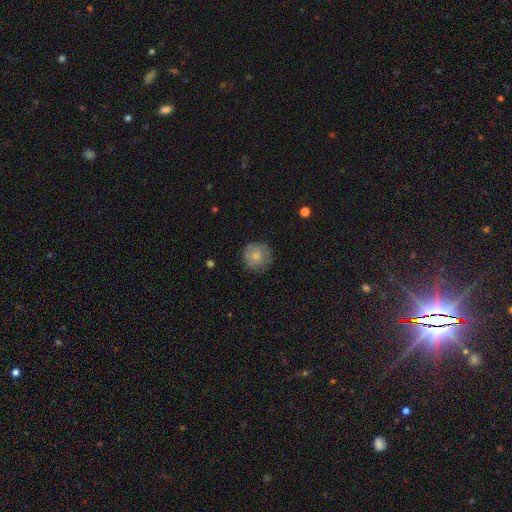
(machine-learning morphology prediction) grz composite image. It shows a smooth galaxy with no disk features (73%) that is round (94%). Merging: none (82%).